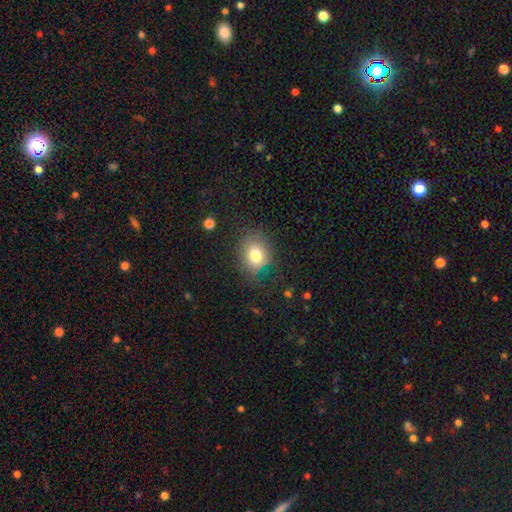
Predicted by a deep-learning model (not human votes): smooth 76%, star or artifact 12%, featured or disk 12%. Down the decision tree: how rounded — round (56%); merging — none (69%).